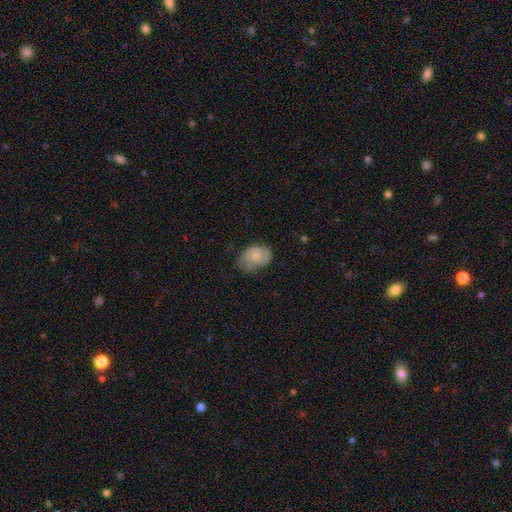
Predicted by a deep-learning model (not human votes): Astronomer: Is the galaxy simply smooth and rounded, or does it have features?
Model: smooth — 66%.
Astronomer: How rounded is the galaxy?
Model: in between — 77%.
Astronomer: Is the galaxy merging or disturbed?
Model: none — 53% (runner-up: minor disturbance, 33%).